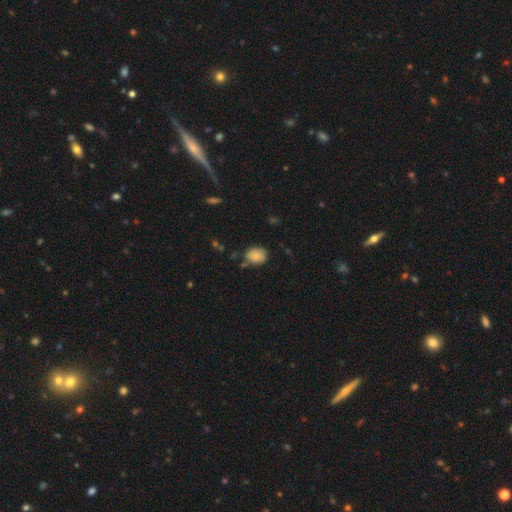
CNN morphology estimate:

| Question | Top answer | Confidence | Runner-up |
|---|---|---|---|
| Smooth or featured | smooth | 82% | featured or disk (9%) |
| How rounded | round | 50% | in between (49%) |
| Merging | none | 63% | minor disturbance (25%) |